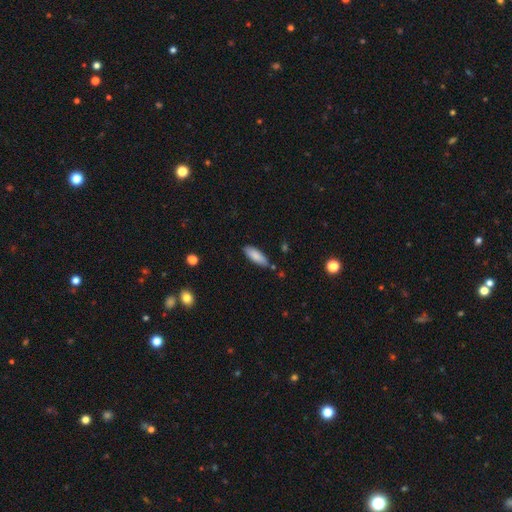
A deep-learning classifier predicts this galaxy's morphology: type=smooth (85%); roundness=in between (67%); merging=none (78%).